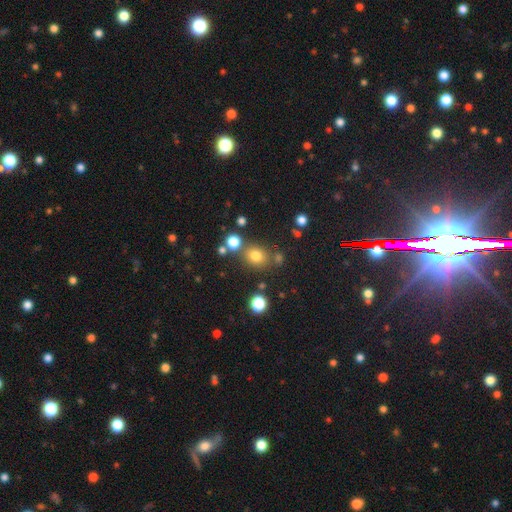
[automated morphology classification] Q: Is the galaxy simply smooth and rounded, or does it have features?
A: smooth — 76%.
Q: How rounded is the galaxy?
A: round — 73%.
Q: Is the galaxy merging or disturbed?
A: none — 75%.